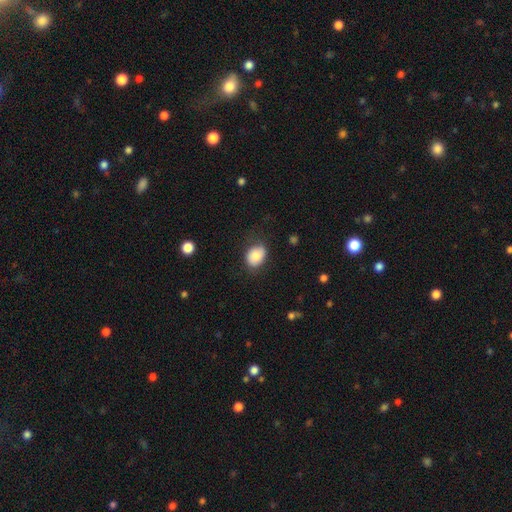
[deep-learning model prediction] Smooth or featured: smooth — 80% (featured or disk — 12%)
How rounded: in between — 66% (round — 33%)
Merging: none — 74% (minor disturbance — 19%)